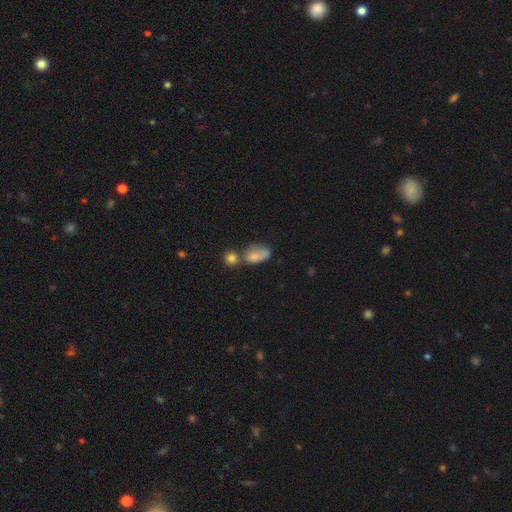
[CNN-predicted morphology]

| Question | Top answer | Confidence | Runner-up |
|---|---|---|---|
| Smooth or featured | smooth | 77% | featured or disk (13%) |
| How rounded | in between | 82% | round (15%) |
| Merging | merger | 40% | none (29%) |